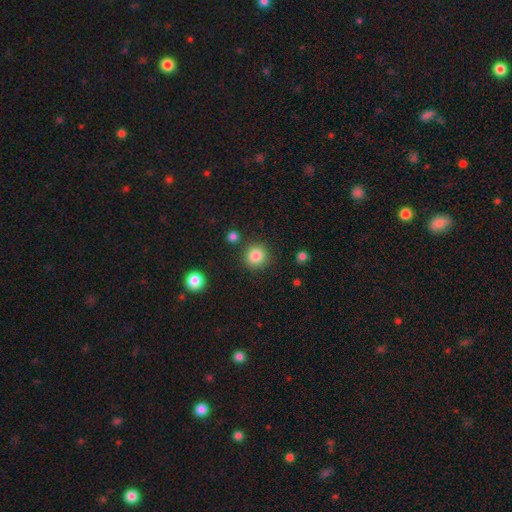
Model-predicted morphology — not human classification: A smooth galaxy with no disk features (85%) that is round (92%).

Vote fractions:
- Smooth or featured? smooth: 85% / star or artifact: 10% / featured or disk: 5%
- How rounded? round: 92% / in between: 7% / cigar-shaped: 1%
- Merging? none: 87% / minor disturbance: 7% / merger: 4% / major disturbance: 3%